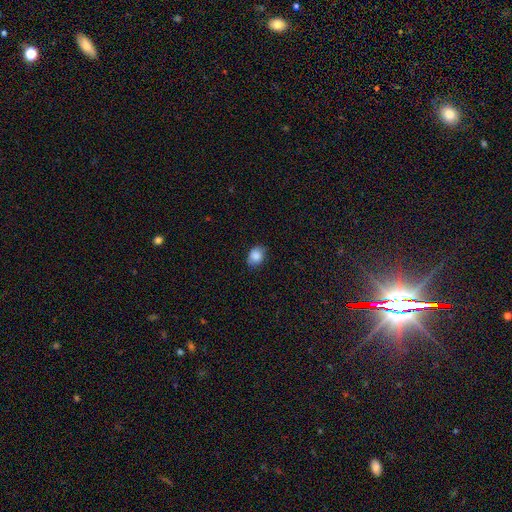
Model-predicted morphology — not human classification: Overall: smooth (87%). How rounded: in between (60%; round 39%). Merging: none (80%).